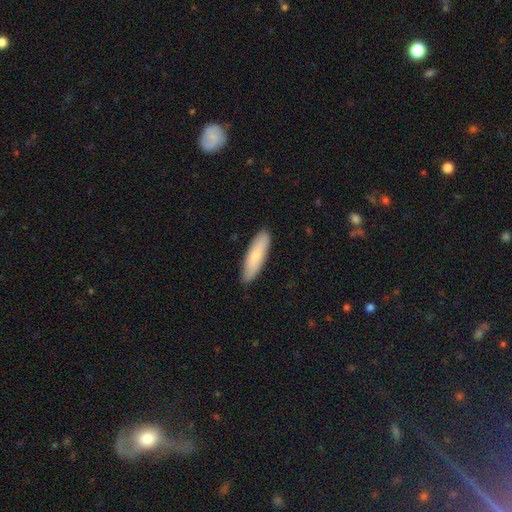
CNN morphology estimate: Smooth or featured?
  - smooth: 77% *
  - featured or disk: 18%
  - star or artifact: 6%
How rounded?
  - cigar-shaped: 63% *
  - in between: 35%
  - round: 2%
Merging?
  - none: 88% *
  - minor disturbance: 10%
  - major disturbance: 2%
  - merger: 1%